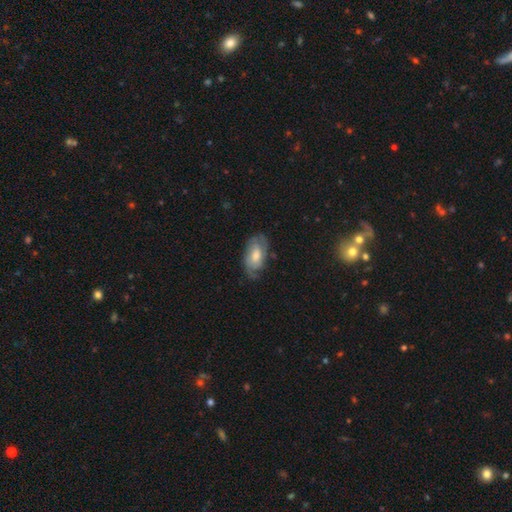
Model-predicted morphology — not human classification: type=featured or disk (55%); edge-on=no (93%); bar=no (64%); spiral arms=yes (81%); bulge=moderate (58%); merging=none (65%).